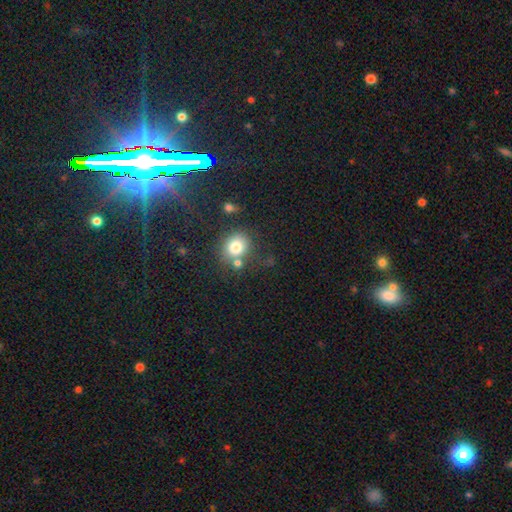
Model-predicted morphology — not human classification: smooth 50%, star or artifact 40%, featured or disk 9%. Down the decision tree: how rounded — round (76%); merging — none (76%).